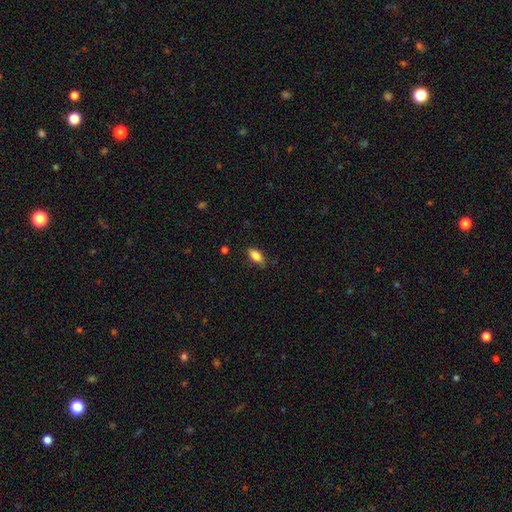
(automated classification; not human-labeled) This is clearly a smooth galaxy (83%). How rounded: clearly in between (87%). Merging: likely none (80%).